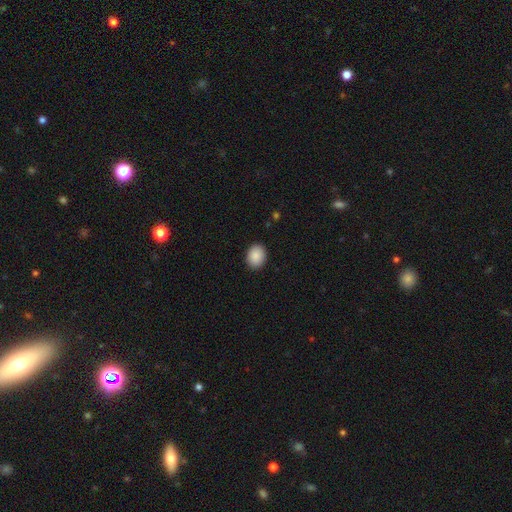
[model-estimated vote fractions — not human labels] The model was most divided on "how rounded": in between: 58%, round: 41%, cigar-shaped: 1%. More confident: merging — none (90%); smooth or featured — smooth (90%).